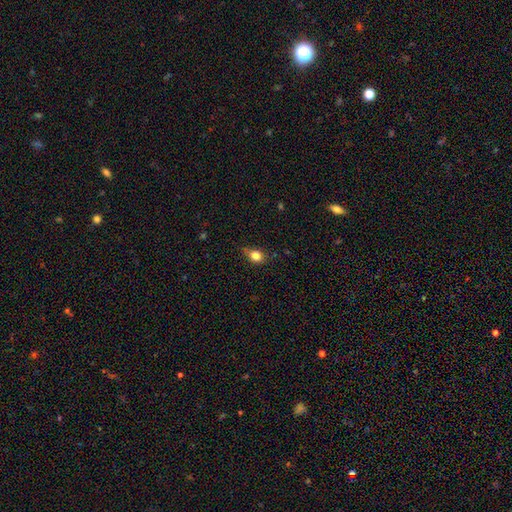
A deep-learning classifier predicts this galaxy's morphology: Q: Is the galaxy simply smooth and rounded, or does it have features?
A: smooth — 81%.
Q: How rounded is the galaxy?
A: round — 52%.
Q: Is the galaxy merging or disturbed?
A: none — 64%.